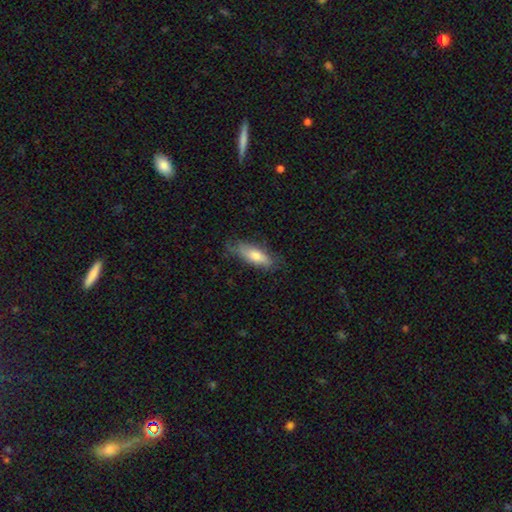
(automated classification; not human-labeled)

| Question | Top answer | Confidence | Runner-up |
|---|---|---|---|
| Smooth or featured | smooth | 67% | featured or disk (27%) |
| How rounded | in between | 60% | cigar-shaped (38%) |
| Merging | none | 66% | minor disturbance (26%) |